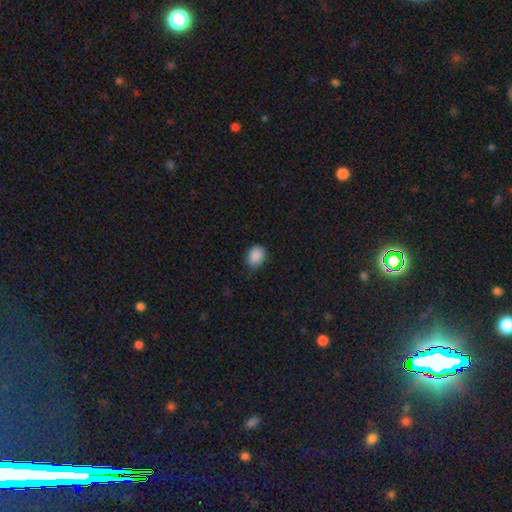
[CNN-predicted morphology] A smooth galaxy with no disk features (88%) that is in between round and cigar-shaped (52%).

Vote fractions:
- Smooth or featured? smooth: 88% / star or artifact: 9% / featured or disk: 3%
- How rounded? in between: 52% / round: 47% / cigar-shaped: 1%
- Merging? none: 71% / minor disturbance: 25% / major disturbance: 4% / merger: 1%